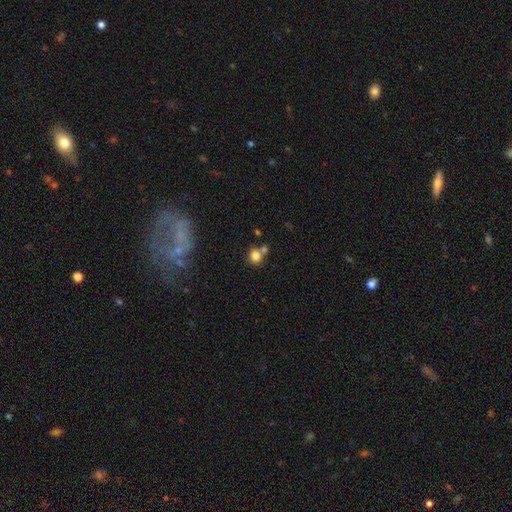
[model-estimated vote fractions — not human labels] A smooth galaxy with no disk features (80%) that is round (81%).

Vote fractions:
- Smooth or featured? smooth: 80% / star or artifact: 12% / featured or disk: 8%
- How rounded? round: 81% / in between: 18% / cigar-shaped: 1%
- Merging? none: 58% / merger: 28% / minor disturbance: 10% / major disturbance: 4%